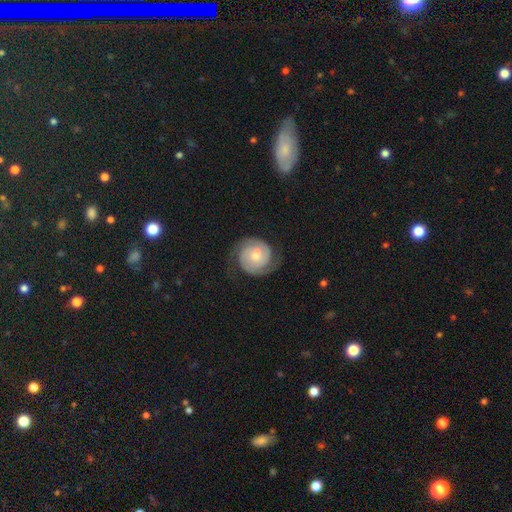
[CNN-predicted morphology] Smooth or featured?
  - featured or disk: 78% *
  - smooth: 16%
  - star or artifact: 6%
Edge-on disk?
  - no: 98% *
  - yes: 2%
Bar?
  - no: 62% *
  - weak: 32%
  - strong: 7%
Spiral arms?
  - yes: 96% *
  - no: 4%
Spiral winding?
  - tight: 56% *
  - medium: 33%
  - loose: 11%
Spiral arm count?
  - 2: 88% *
  - can't tell: 5%
  - 3: 2%
  - 1: 2%
  - 4: 1%
  - more than 4: 1%
Bulge size?
  - small: 45% *
  - moderate: 42%
  - large: 6%
  - none: 5%
  - dominant: 2%
Merging?
  - none: 76% *
  - minor disturbance: 14%
  - major disturbance: 8%
  - merger: 2%